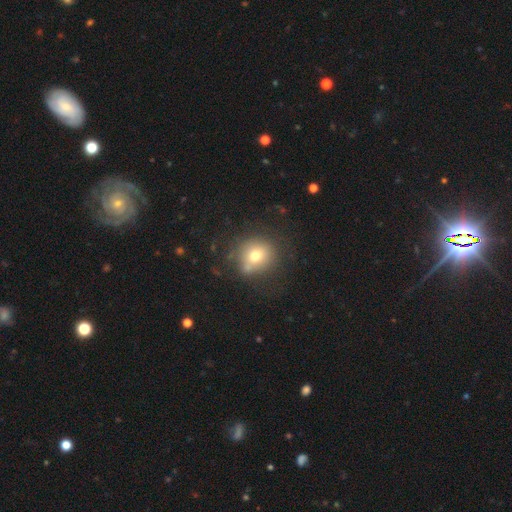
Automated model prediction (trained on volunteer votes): Smooth or featured? smooth (70%)
How rounded? round (83%)
Merging? none (71%)